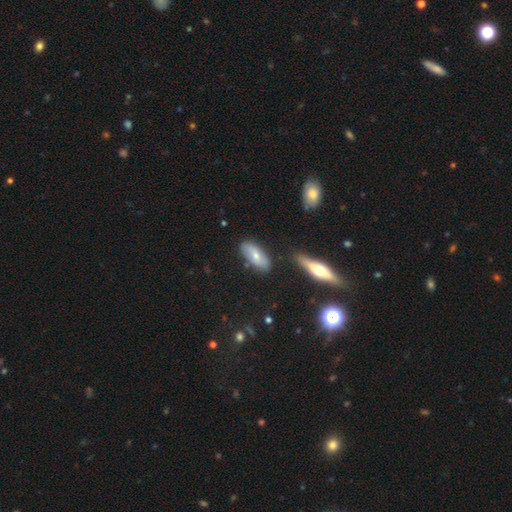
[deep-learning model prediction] Smooth or featured: smooth — 62% (featured or disk — 31%)
How rounded: in between — 84% (cigar-shaped — 13%)
Merging: none — 76% (minor disturbance — 15%)